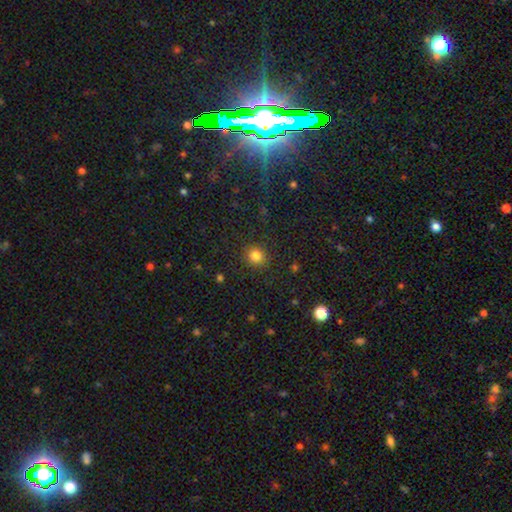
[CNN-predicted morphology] Smooth or featured? smooth (83%)
How rounded? round (85%)
Merging? none (90%)